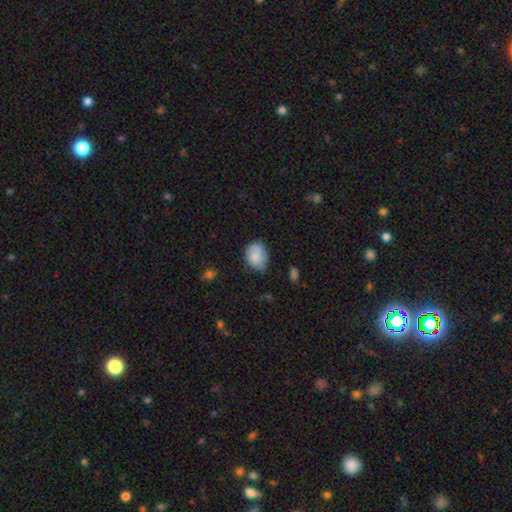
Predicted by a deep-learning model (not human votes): A smooth galaxy with no disk features (83%) that is in between round and cigar-shaped (61%). Merging: none (60%).